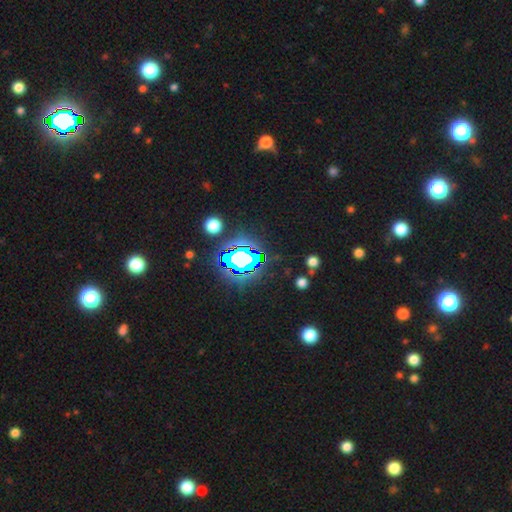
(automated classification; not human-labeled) Overall: star or artifact (71%).